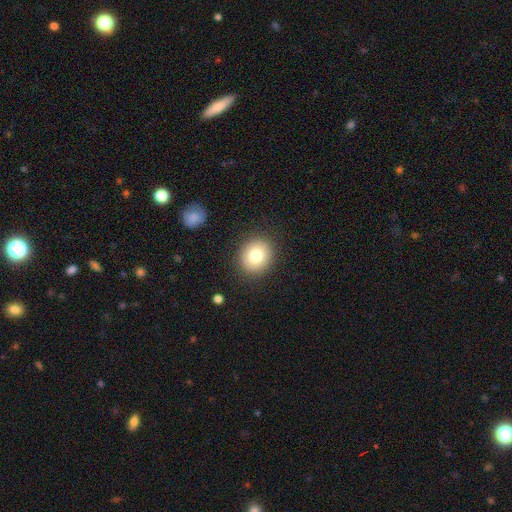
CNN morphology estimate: Overall: smooth (79%). How rounded: round (78%). Merging: none (89%).